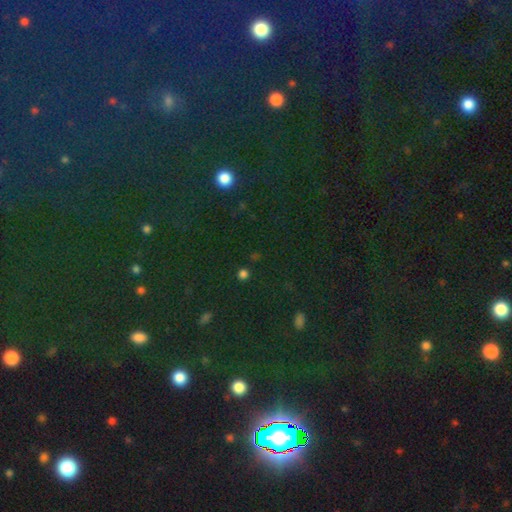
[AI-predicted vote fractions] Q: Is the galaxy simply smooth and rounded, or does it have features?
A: star or artifact — 80%.